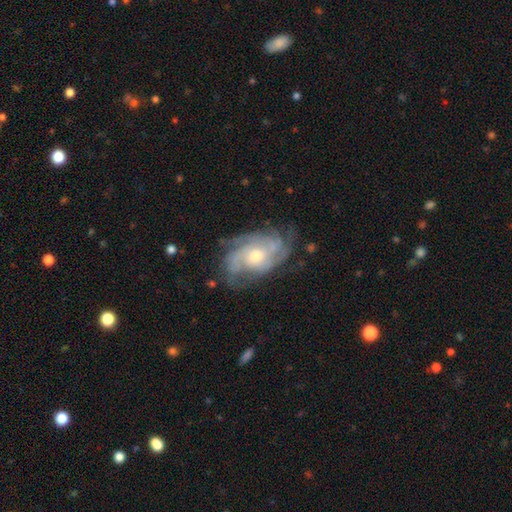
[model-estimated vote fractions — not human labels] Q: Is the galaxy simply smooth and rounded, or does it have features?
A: featured or disk — 86%.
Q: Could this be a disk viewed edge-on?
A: no — 96%.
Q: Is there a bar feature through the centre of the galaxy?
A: no — 73%.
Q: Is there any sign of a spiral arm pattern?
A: yes — 95%.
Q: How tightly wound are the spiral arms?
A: tight — 53%.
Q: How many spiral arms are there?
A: can't tell — 28%.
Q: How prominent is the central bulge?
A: moderate — 62%.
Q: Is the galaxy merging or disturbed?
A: none — 71%.